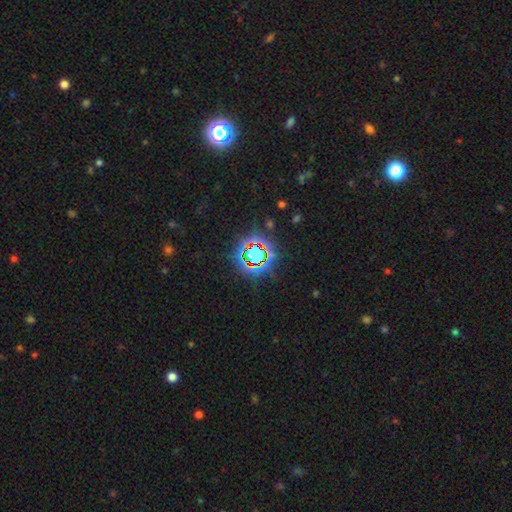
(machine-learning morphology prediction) A star or artifact, not a galaxy (73%).

Vote fractions:
- Smooth or featured? star or artifact: 73% / smooth: 17% / featured or disk: 10%